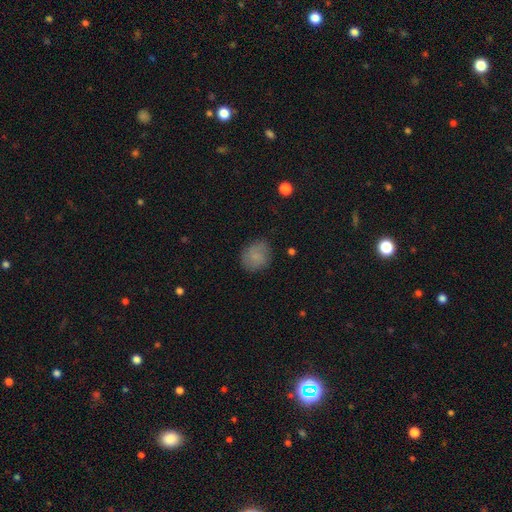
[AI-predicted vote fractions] Morphology: type=smooth (81%); roundness=round (67%); merging=none (76%).